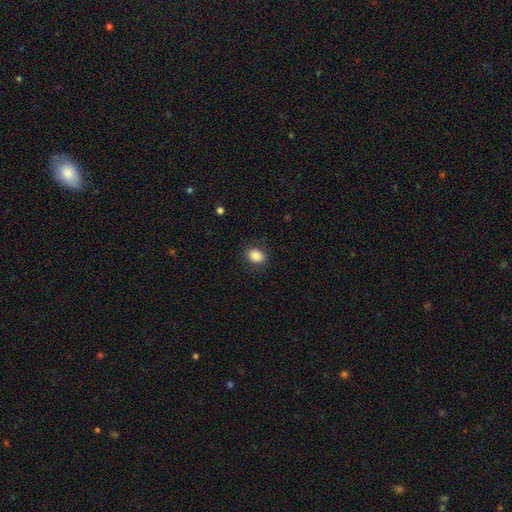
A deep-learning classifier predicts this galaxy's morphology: Smooth or featured: smooth — 86% (star or artifact — 9%)
How rounded: in between — 64% (round — 35%)
Merging: none — 84% (minor disturbance — 11%)